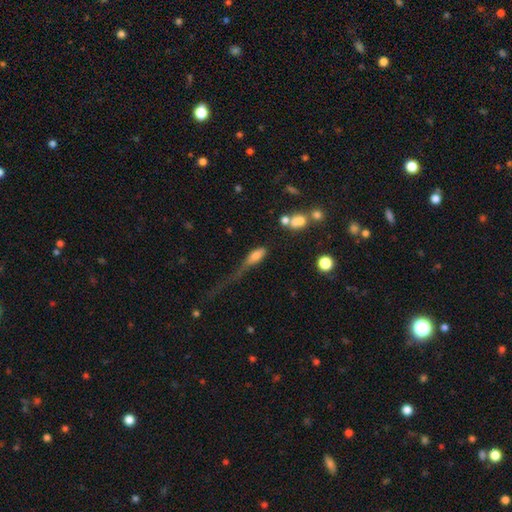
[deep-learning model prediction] This appears to be a smooth galaxy with no disk features (69%) that is in between round and cigar-shaped (69%). Merging: major disturbance (49%).